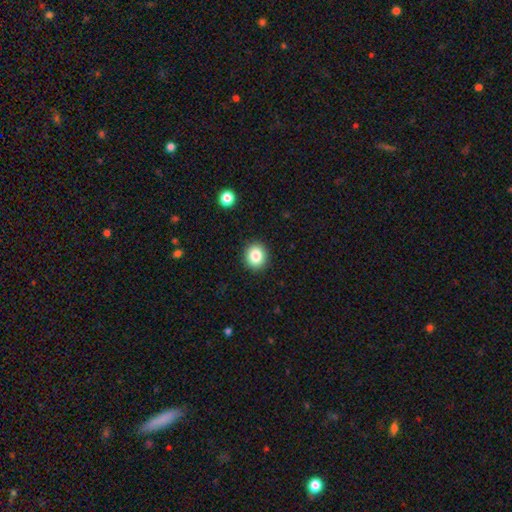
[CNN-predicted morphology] Smooth or featured? smooth (84%)
How rounded? round (78%)
Merging? none (91%)